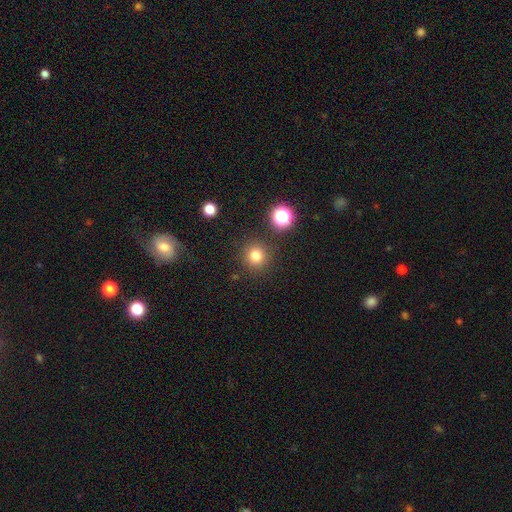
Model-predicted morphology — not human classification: Smooth or featured? smooth (77%)
How rounded? round (94%)
Merging? none (88%)